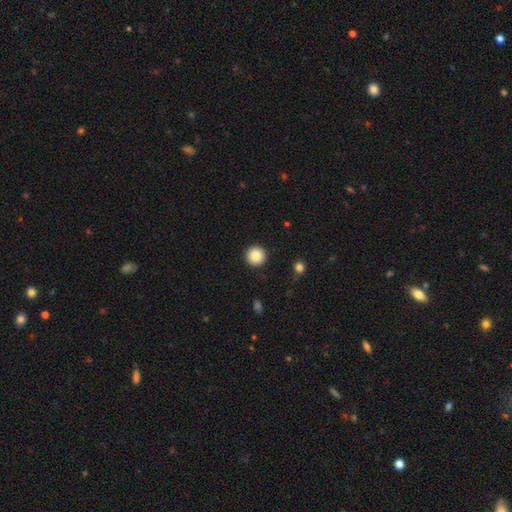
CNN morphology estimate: The model was most divided on "smooth or featured": smooth: 87%, star or artifact: 9%, featured or disk: 4%. More confident: how rounded — round (96%); merging — none (93%).